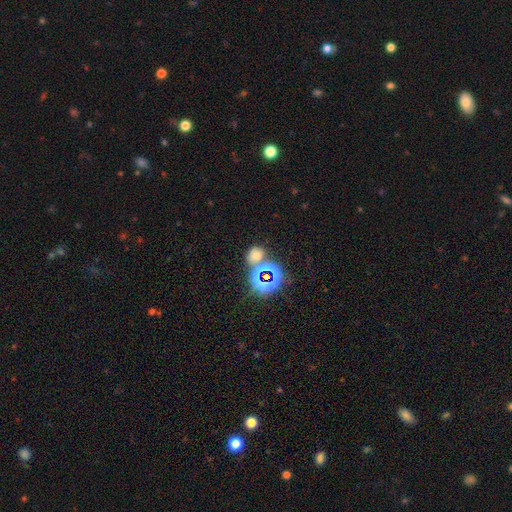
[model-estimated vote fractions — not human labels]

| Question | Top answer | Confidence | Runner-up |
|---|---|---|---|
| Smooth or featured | smooth | 51% | star or artifact (41%) |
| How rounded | round | 58% | in between (41%) |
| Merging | none | 56% | merger (27%) |